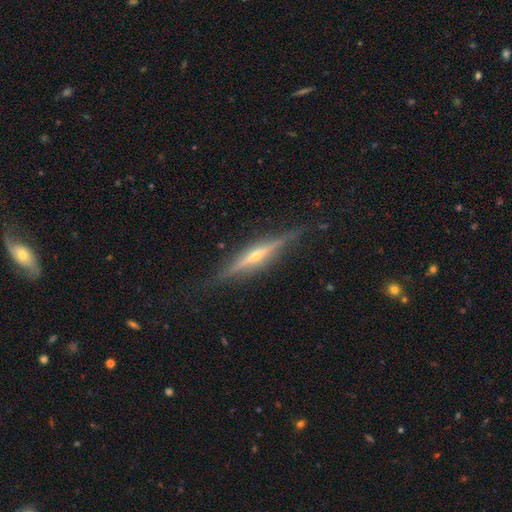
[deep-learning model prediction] The model was most divided on "edge-on bulge": rounded: 73%, none: 19%, boxy: 8%. More confident: edge-on disk — yes (97%); merging — none (86%); smooth or featured — featured or disk (80%).